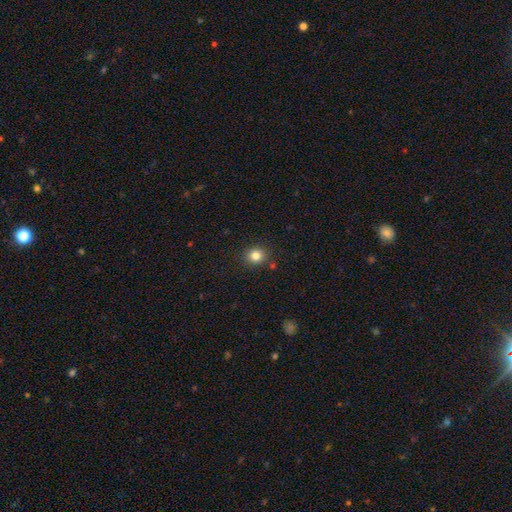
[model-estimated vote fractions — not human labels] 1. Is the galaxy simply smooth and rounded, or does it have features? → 82% smooth, 12% star or artifact, 6% featured or disk.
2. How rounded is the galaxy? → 84% round, 16% in between, 1% cigar-shaped.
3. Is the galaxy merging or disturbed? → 87% none, 8% minor disturbance, 3% merger, 2% major disturbance.